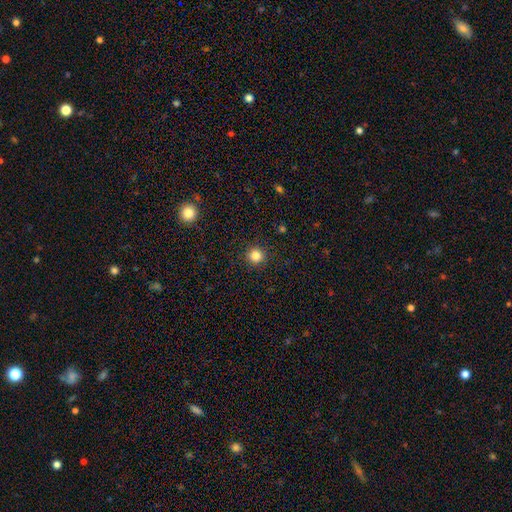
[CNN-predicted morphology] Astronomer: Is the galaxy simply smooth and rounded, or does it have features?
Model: smooth — 84%.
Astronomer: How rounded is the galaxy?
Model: round — 95%.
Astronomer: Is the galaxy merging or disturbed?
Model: none — 92%.